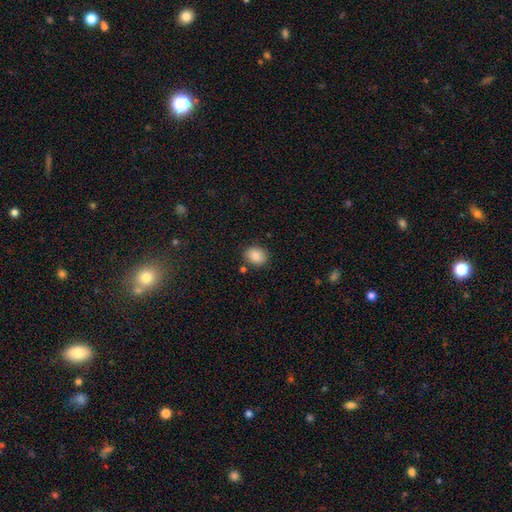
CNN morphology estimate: This appears to be a smooth galaxy with no disk features (87%) that is round (51%). Merging: none (82%).